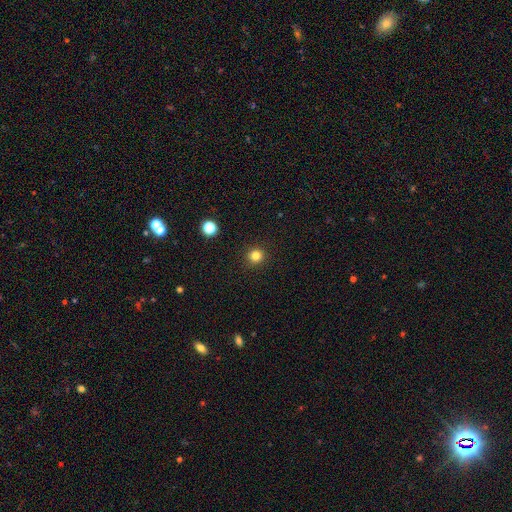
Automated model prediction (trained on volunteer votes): A smooth galaxy with no disk features (81%) that is round (94%).

Vote fractions:
- Smooth or featured? smooth: 81% / star or artifact: 14% / featured or disk: 5%
- How rounded? round: 94% / in between: 5% / cigar-shaped: 1%
- Merging? none: 93% / minor disturbance: 5% / major disturbance: 2% / merger: 1%